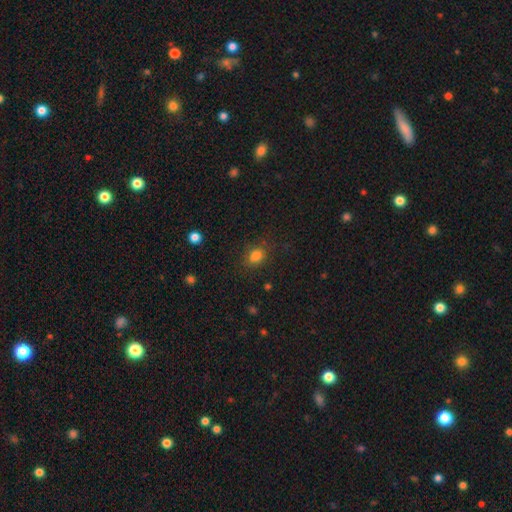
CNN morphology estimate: This appears to be a smooth galaxy with no disk features (81%) that is in between round and cigar-shaped (59%). Merging: none (75%).